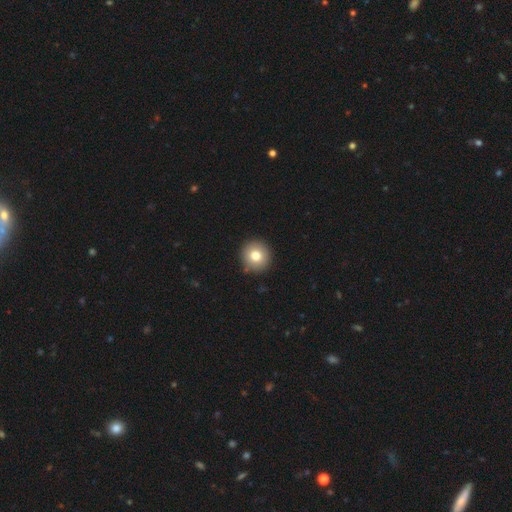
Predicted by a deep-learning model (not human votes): smooth 78%, featured or disk 12%, star or artifact 10%. Down the decision tree: how rounded — round (93%); merging — none (90%).